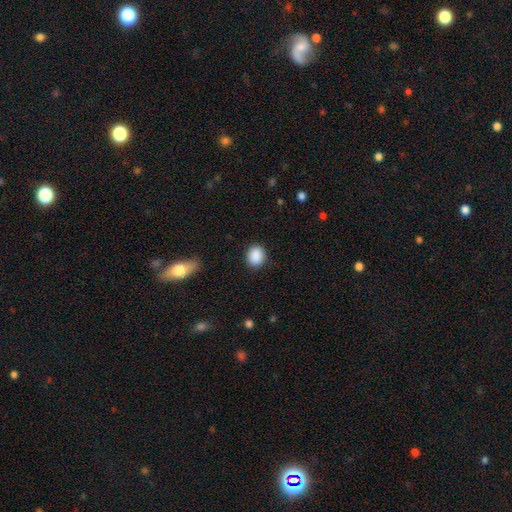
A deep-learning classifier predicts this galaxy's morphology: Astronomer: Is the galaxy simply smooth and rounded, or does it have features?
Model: smooth — 89%.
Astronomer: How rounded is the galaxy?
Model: round — 59% (runner-up: in between, 40%).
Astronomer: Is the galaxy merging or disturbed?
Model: none — 87%.